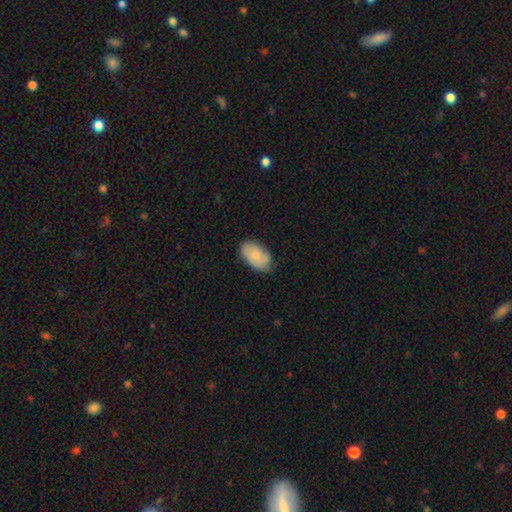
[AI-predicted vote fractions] Smooth or featured: smooth — 80% (featured or disk — 13%)
How rounded: in between — 93% (round — 5%)
Merging: none — 73% (minor disturbance — 23%)